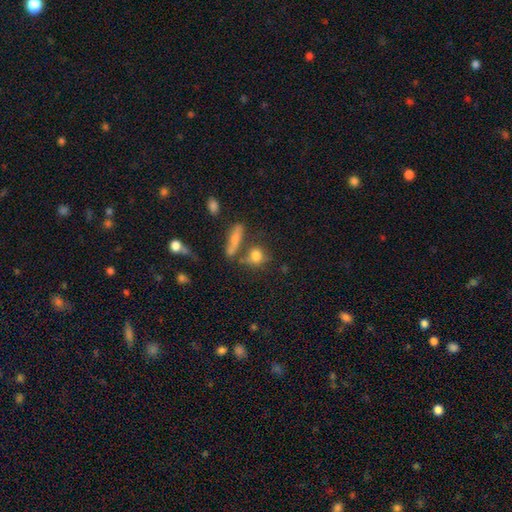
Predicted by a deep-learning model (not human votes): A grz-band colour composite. It shows a smooth galaxy with no disk features (74%) that is round (63%). Merging: none (58%).